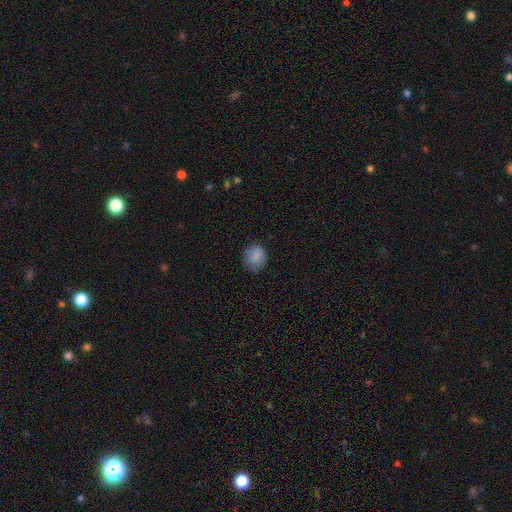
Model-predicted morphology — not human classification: type=smooth (86%); roundness=round (71%); merging=none (76%).